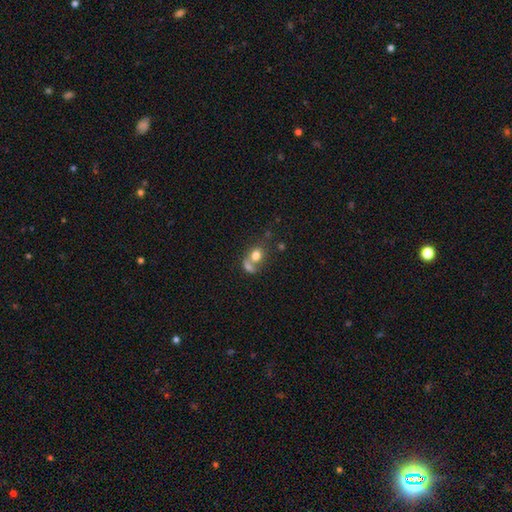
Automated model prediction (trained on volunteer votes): A smooth galaxy with no disk features (74%) that is round (59%).

Vote fractions:
- Smooth or featured? smooth: 74% / featured or disk: 16% / star or artifact: 10%
- How rounded? round: 59% / in between: 40% / cigar-shaped: 1%
- Merging? merger: 53% / none: 31% / minor disturbance: 9% / major disturbance: 7%